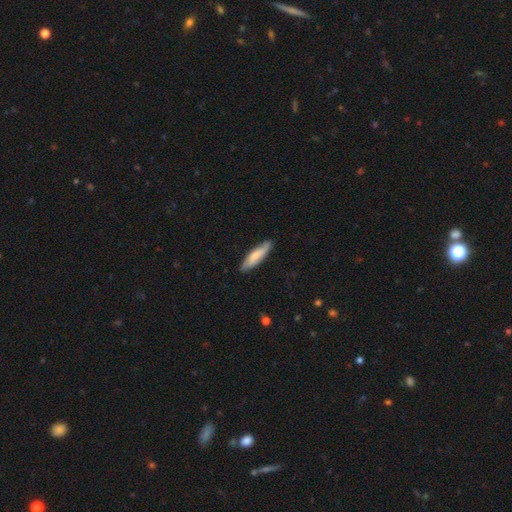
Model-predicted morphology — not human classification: This is likely a smooth galaxy (71%). How rounded: likely cigar-shaped (71%). Merging: clearly none (84%).